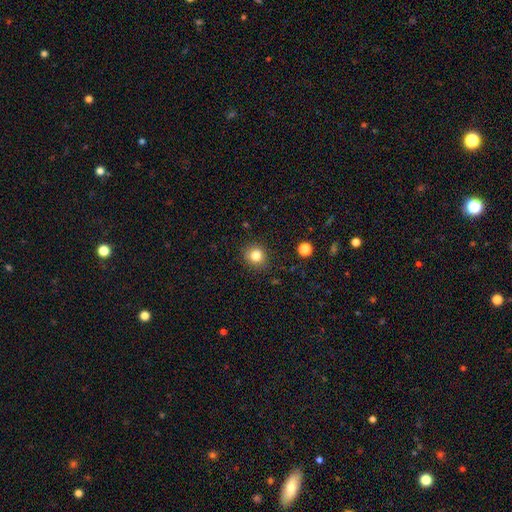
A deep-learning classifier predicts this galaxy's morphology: This appears to be a smooth galaxy with no disk features (81%) that is round (84%). Merging: none (87%).